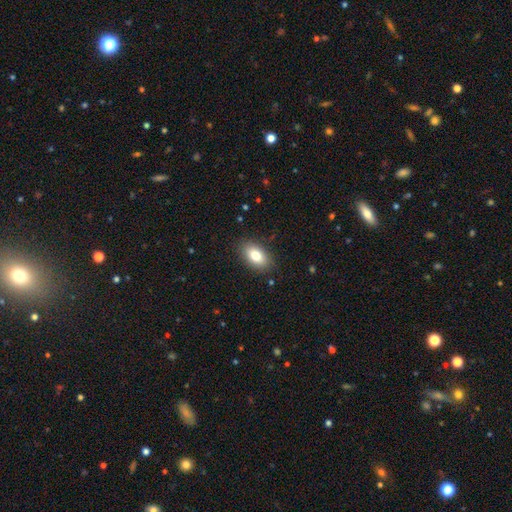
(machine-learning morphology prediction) This is clearly a smooth galaxy (81%). How rounded: clearly in between (90%). Merging: clearly none (86%).